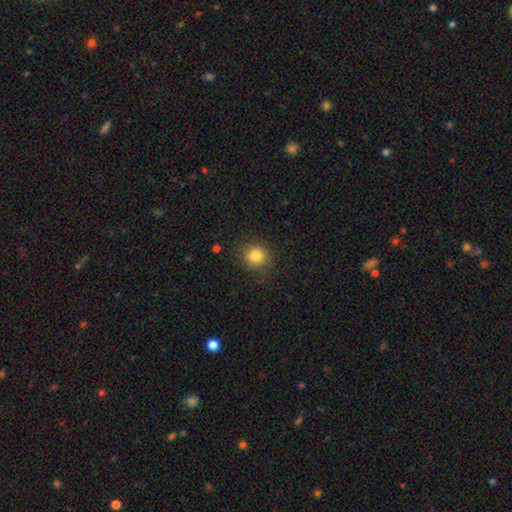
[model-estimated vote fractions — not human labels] smooth_or_featured: smooth (p=0.84) [alt: star or artifact p=0.11]
how_rounded: round (p=0.83) [alt: in between p=0.16]
merging: none (p=0.82) [alt: minor disturbance p=0.12]